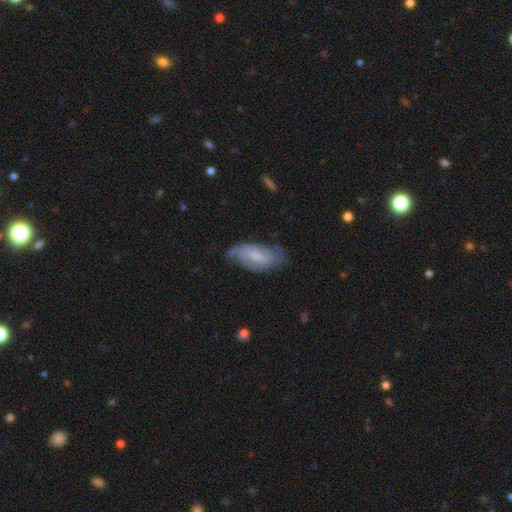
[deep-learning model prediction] featured or disk 59%, smooth 34%, star or artifact 7%. Down the decision tree: edge-on disk — no (91%); bar — weak (51%); spiral arms — yes (81%); bulge size — small (44%); merging — none (60%).